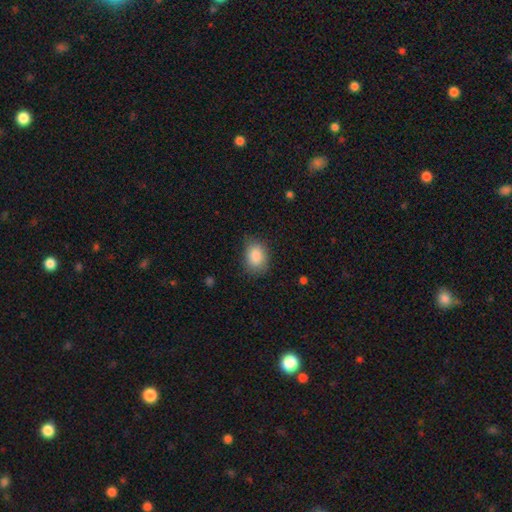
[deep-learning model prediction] smooth-or-featured: smooth: 86% | star or artifact: 8% | featured or disk: 6%
  how-rounded: in between: 72% | round: 27% | cigar-shaped: 1%
  merging: none: 78% | minor disturbance: 17% | major disturbance: 4% | merger: 1%